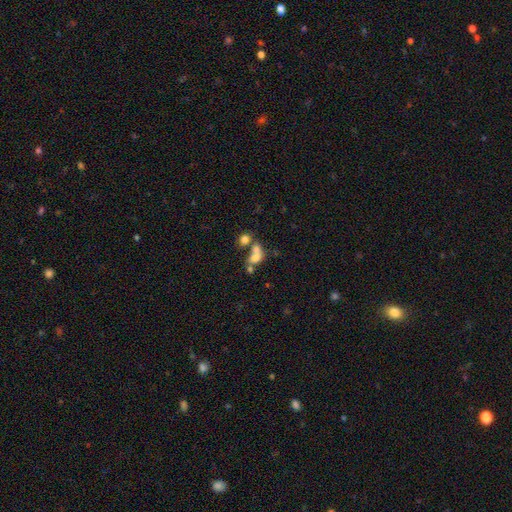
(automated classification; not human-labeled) This appears to be a smooth galaxy with no disk features (64%) that is in between round and cigar-shaped (51%). Merging: merger (60%).